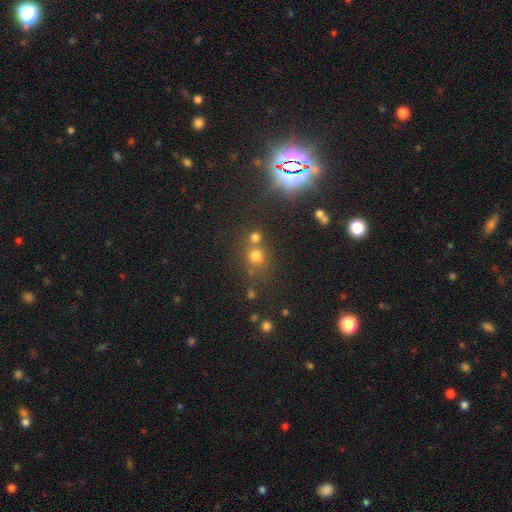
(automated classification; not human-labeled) A smooth galaxy with no disk features (62%) that is round (85%). Merging: none (58%).